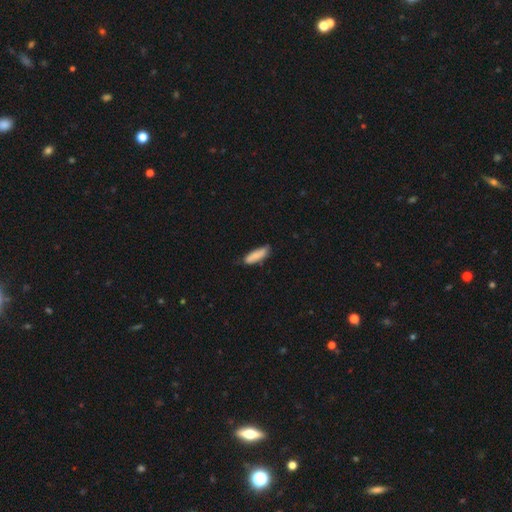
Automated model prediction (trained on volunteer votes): Smooth or featured? smooth (85%)
How rounded? cigar-shaped (54%)
Merging? none (71%)